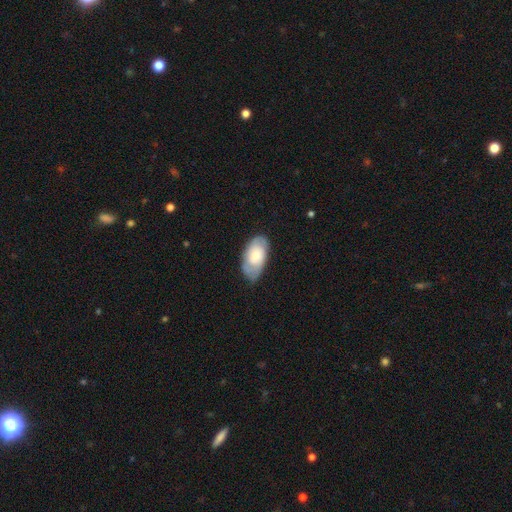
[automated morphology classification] Smooth or featured? smooth (55%)
How rounded? in between (94%)
Merging? none (69%)